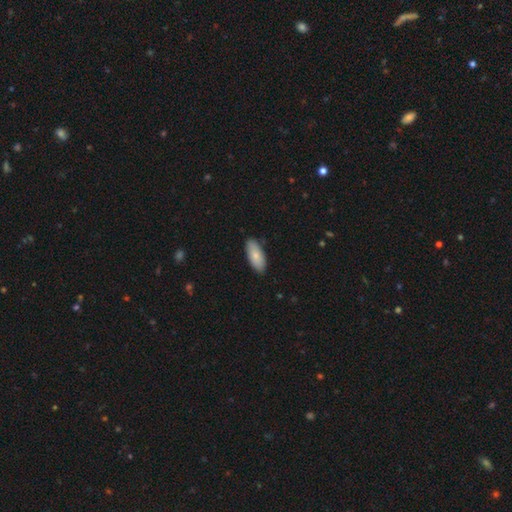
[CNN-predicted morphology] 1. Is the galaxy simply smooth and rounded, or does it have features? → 82% smooth, 12% featured or disk, 5% star or artifact.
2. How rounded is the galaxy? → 85% in between, 13% cigar-shaped, 2% round.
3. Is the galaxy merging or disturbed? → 86% none, 11% minor disturbance, 2% major disturbance, 1% merger.